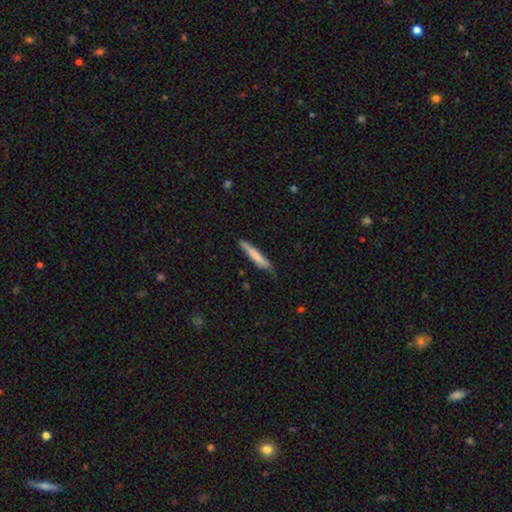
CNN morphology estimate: This appears to be a smooth galaxy with no disk features (69%) that is cigar-shaped (93%). Merging: none (67%).